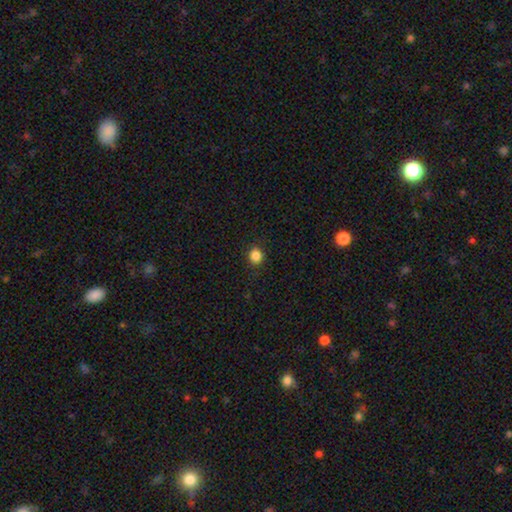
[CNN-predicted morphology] Overall: smooth (85%). How rounded: round (84%). Merging: none (91%).